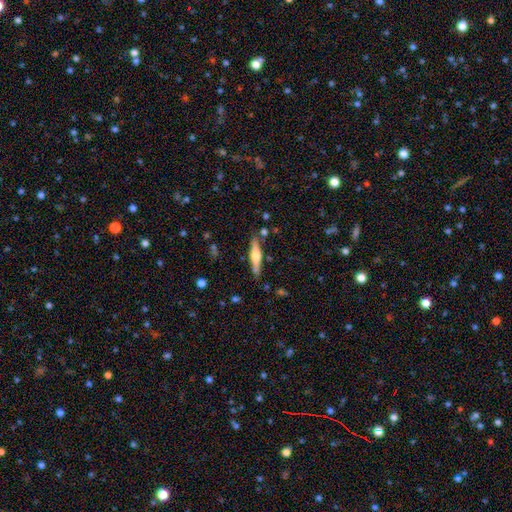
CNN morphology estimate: Smooth or featured? featured or disk (59%)
Edge-on disk? yes (96%)
Edge-on bulge? rounded (87%)
Merging? none (84%)